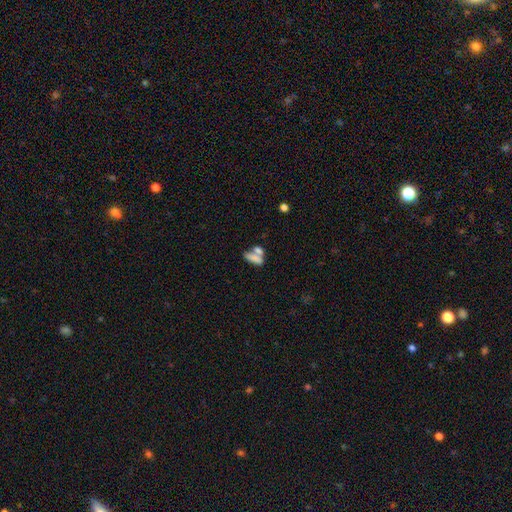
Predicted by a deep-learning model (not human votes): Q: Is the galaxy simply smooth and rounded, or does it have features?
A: smooth — 73%.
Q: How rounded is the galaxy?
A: in between — 74%.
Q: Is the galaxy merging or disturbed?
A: merger — 53%.